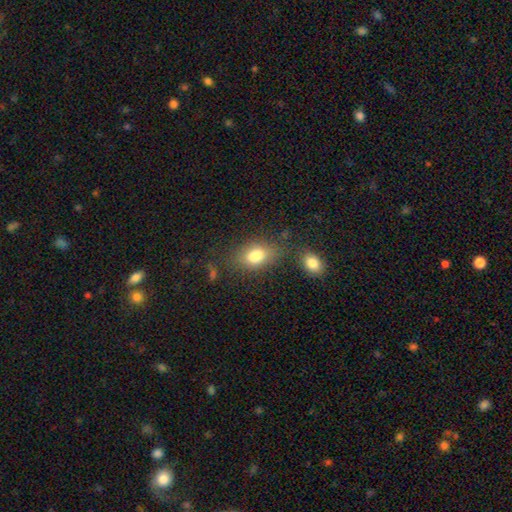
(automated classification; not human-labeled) This is clearly a smooth galaxy (80%). How rounded: clearly in between (81%). Merging: likely none (60%).